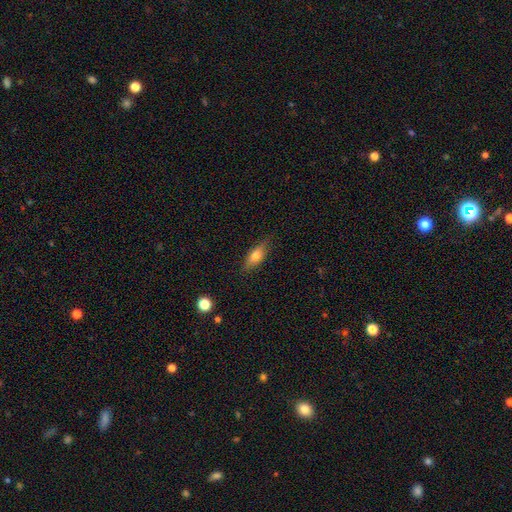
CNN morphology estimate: Q: Smooth or featured?
A: smooth (65%); runner-up: featured or disk (27%)
Q: How rounded?
A: in between (66%); runner-up: cigar-shaped (30%)
Q: Merging?
A: none (81%); runner-up: minor disturbance (15%)